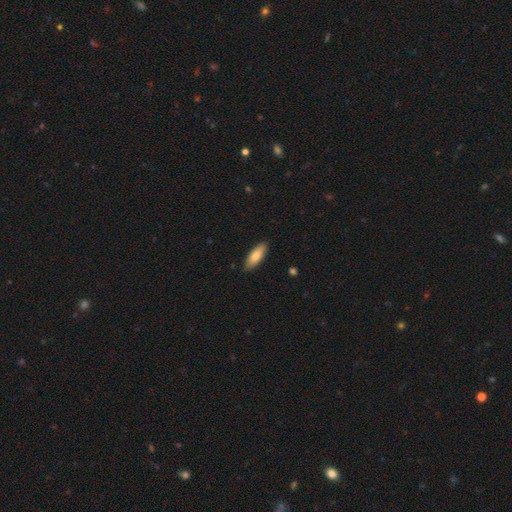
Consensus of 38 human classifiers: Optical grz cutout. It shows a smooth galaxy with no disk features (68%) that is in between round and cigar-shaped (62%). Merging: none (85%).